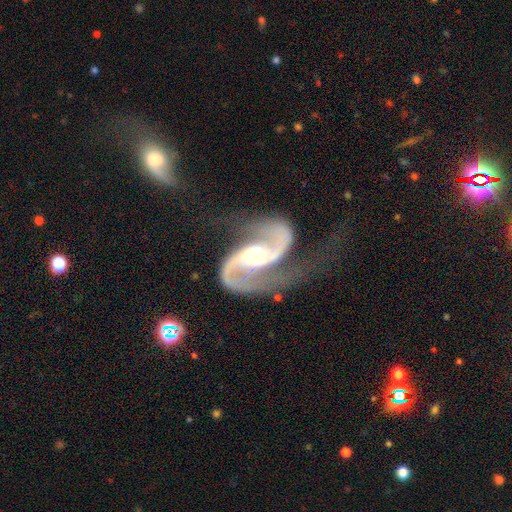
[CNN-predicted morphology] Smooth or featured? featured or disk (94%)
Edge-on disk? no (98%)
Bar? no (40%)
Spiral arms? yes (98%)
Spiral winding? medium (52%)
Spiral arm count? 2 (94%)
Bulge size? moderate (53%)
Merging? none (53%)